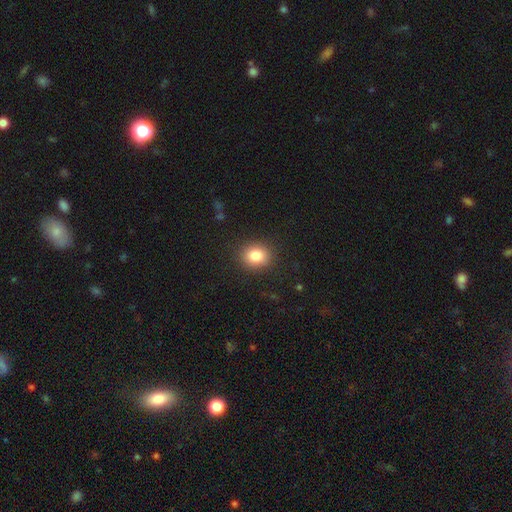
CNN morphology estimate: A smooth galaxy with no disk features (83%) that is round (70%). Merging: none (89%).